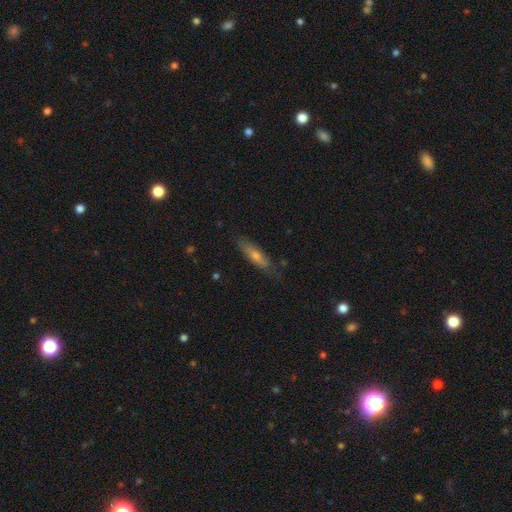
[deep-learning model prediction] This appears to be a smooth galaxy with no disk features (52%) that is cigar-shaped (68%). Merging: none (73%).